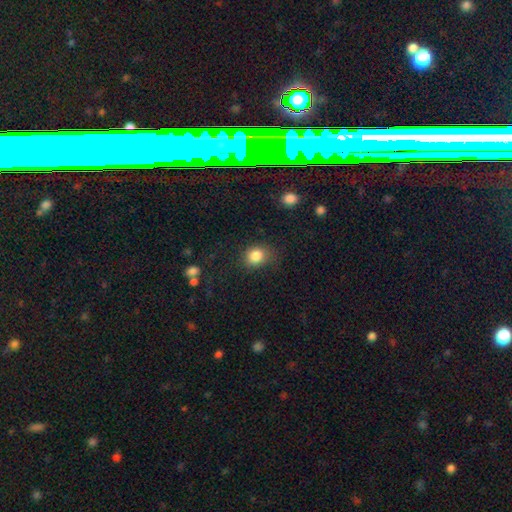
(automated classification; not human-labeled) A smooth galaxy with no disk features (84%) that is round (60%). Merging: none (75%).